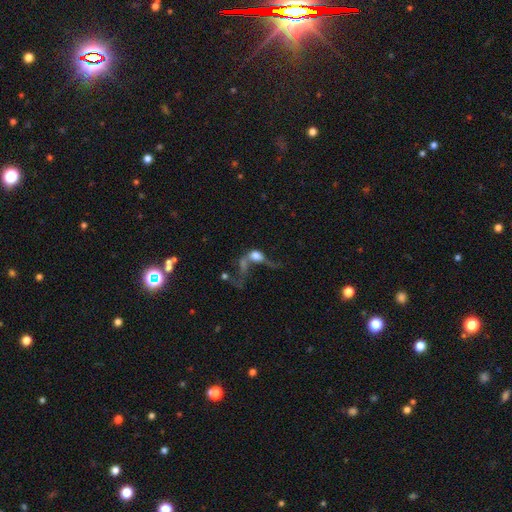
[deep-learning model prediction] Smooth or featured? Predicted: smooth (p=0.44). Merging? Predicted: merger (p=0.44).